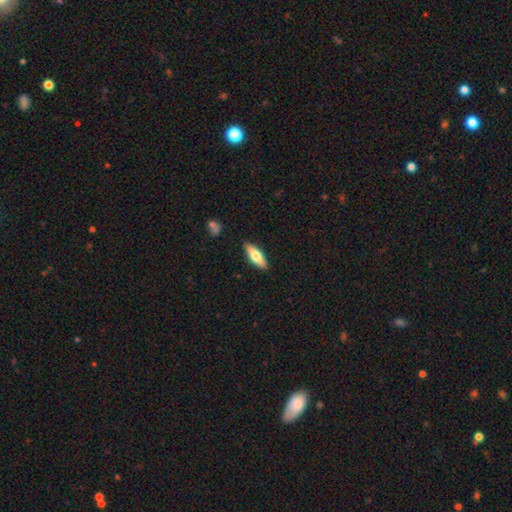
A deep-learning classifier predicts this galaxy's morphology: Smooth or featured: smooth — 57% (featured or disk — 37%)
How rounded: in between — 51% (cigar-shaped — 47%)
Merging: none — 88% (minor disturbance — 9%)